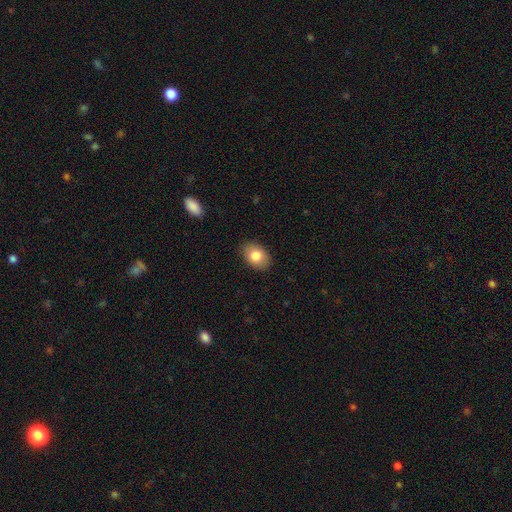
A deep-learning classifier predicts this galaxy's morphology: This appears to be a smooth galaxy with no disk features (82%) that is in between round and cigar-shaped (77%). Merging: none (86%).